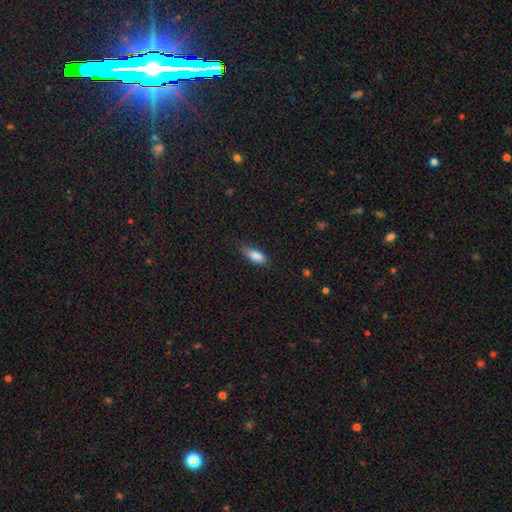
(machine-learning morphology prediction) A smooth galaxy with no disk features (85%) that is in between round and cigar-shaped (76%).

Vote fractions:
- Smooth or featured? smooth: 85% / featured or disk: 8% / star or artifact: 7%
- How rounded? in between: 76% / cigar-shaped: 22% / round: 2%
- Merging? none: 72% / minor disturbance: 22% / major disturbance: 4% / merger: 1%